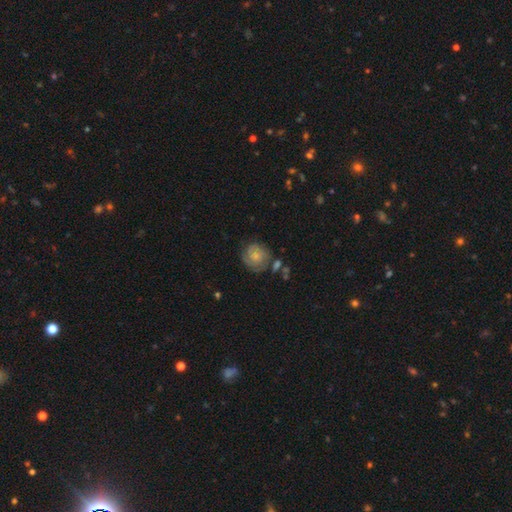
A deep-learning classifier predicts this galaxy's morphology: This is possibly a featured or disk galaxy (53%). It is clearly not viewed edge-on (97%). Bar: clearly no (82%). Spiral arm pattern: clearly yes (82%). Central bulge: likely small (62%). Merging: likely none (67%).